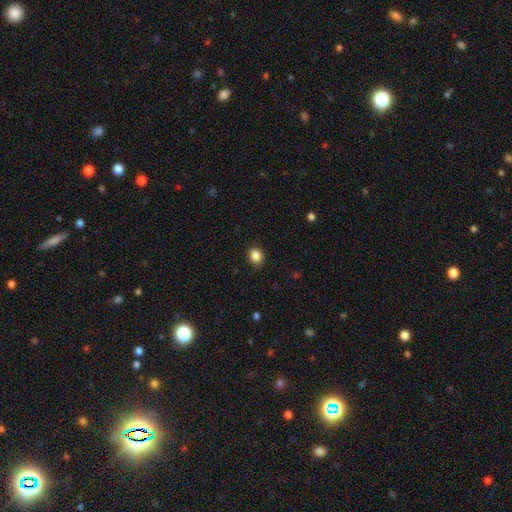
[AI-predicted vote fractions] smooth-or-featured: smooth: 87% | star or artifact: 10% | featured or disk: 3%
  how-rounded: round: 67% | in between: 32% | cigar-shaped: 1%
  merging: none: 90% | minor disturbance: 7% | major disturbance: 2% | merger: 1%